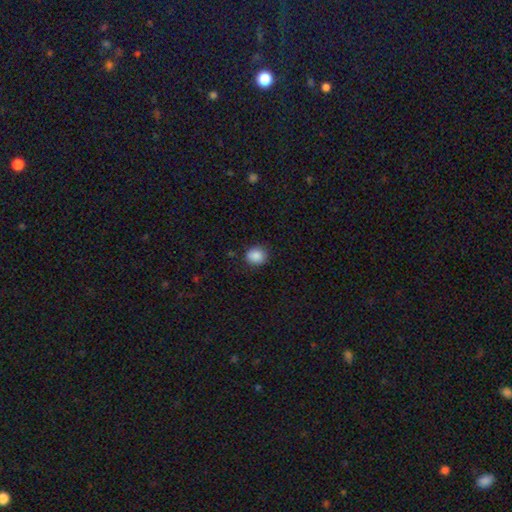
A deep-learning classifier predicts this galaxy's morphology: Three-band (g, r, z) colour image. It shows a smooth galaxy with no disk features (87%) that is round (78%). Merging: none (86%).